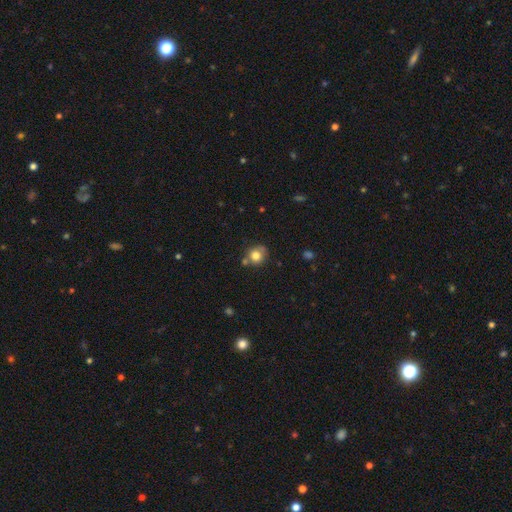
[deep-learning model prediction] Q: Smooth or featured?
A: smooth (79%); runner-up: star or artifact (11%)
Q: How rounded?
A: round (83%); runner-up: in between (16%)
Q: Merging?
A: none (63%); runner-up: minor disturbance (20%)